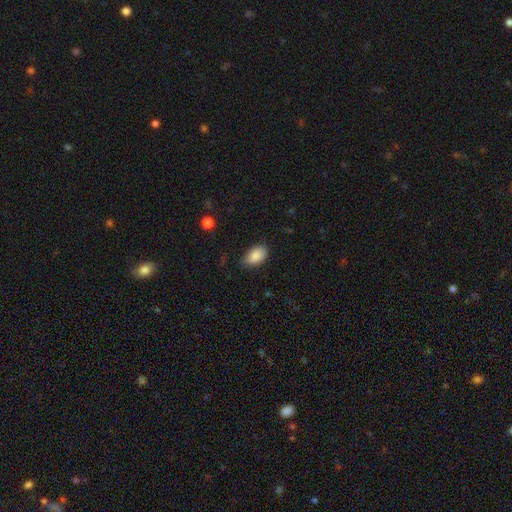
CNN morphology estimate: smooth 88%, star or artifact 7%, featured or disk 5%. Down the decision tree: how rounded — in between (92%); merging — none (75%).